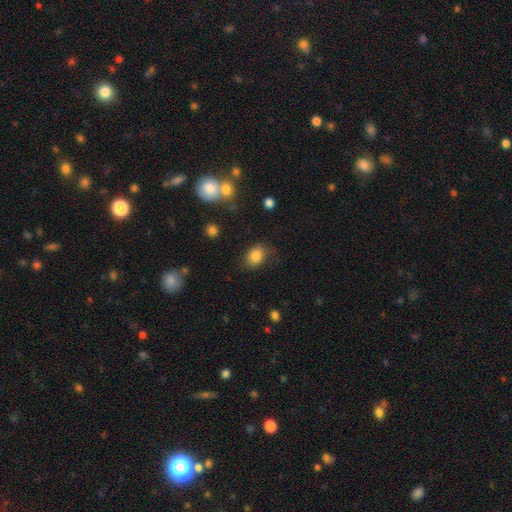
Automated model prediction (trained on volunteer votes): smooth-or-featured: smooth: 83% | star or artifact: 10% | featured or disk: 8%
  how-rounded: in between: 62% | round: 37% | cigar-shaped: 1%
  merging: none: 66% | minor disturbance: 23% | major disturbance: 9% | merger: 2%